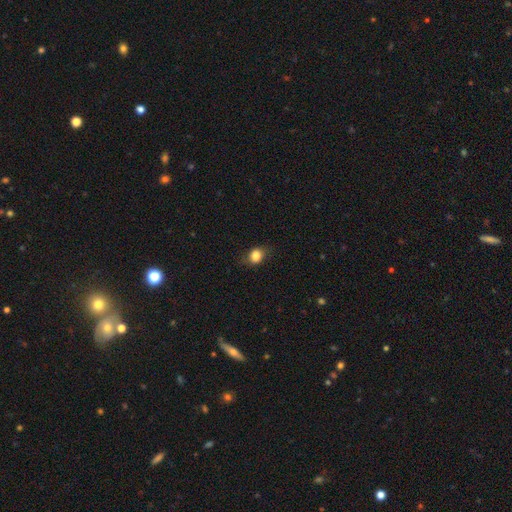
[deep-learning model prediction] Morphology: type=smooth (82%); roundness=round (52%); merging=none (75%).